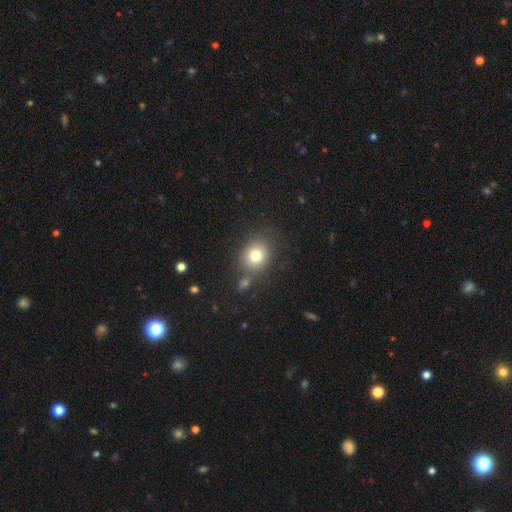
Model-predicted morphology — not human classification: This appears to be a smooth galaxy with no disk features (78%) that is round (68%). Merging: none (73%).